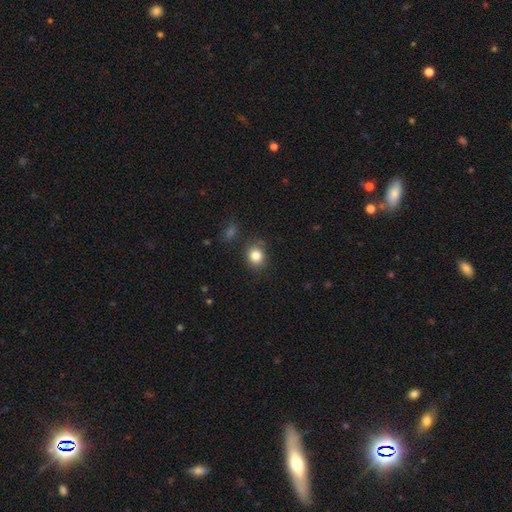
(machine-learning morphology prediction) A smooth galaxy with no disk features (83%) that is round (73%).

Vote fractions:
- Smooth or featured? smooth: 83% / star or artifact: 11% / featured or disk: 7%
- How rounded? round: 73% / in between: 26% / cigar-shaped: 1%
- Merging? none: 81% / minor disturbance: 13% / major disturbance: 3% / merger: 3%